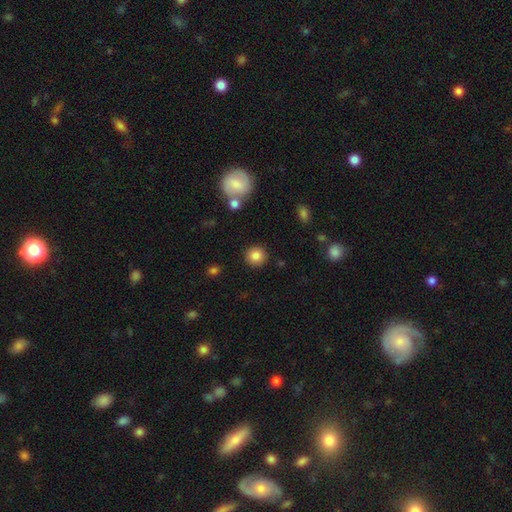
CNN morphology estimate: This appears to be a smooth galaxy with no disk features (84%) that is round (93%). Merging: none (90%).